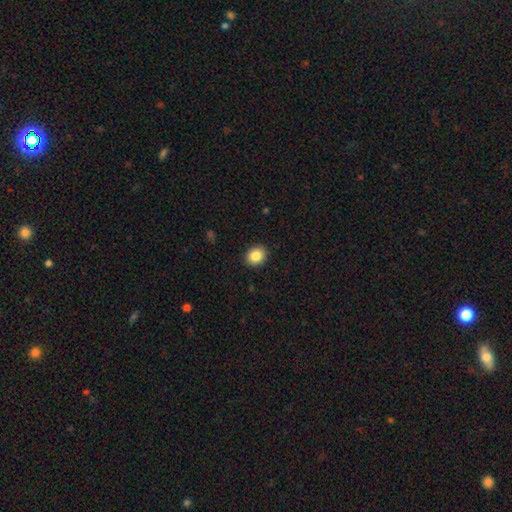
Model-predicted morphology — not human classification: Overall: smooth (86%). How rounded: round (53%; in between 46%). Merging: none (91%).